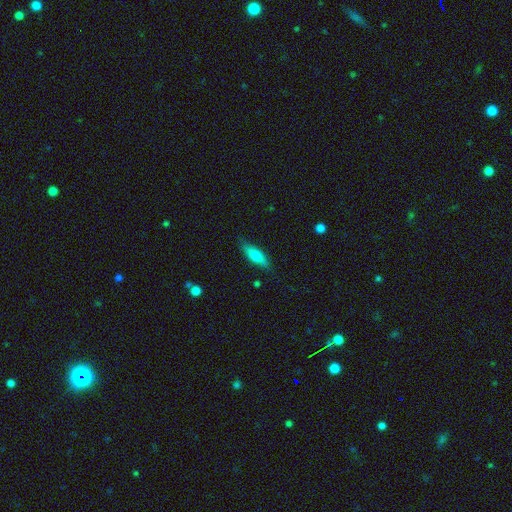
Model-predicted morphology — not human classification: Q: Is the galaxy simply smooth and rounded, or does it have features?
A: smooth — 65%.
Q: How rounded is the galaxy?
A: cigar-shaped — 56%.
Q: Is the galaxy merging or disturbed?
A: none — 83%.